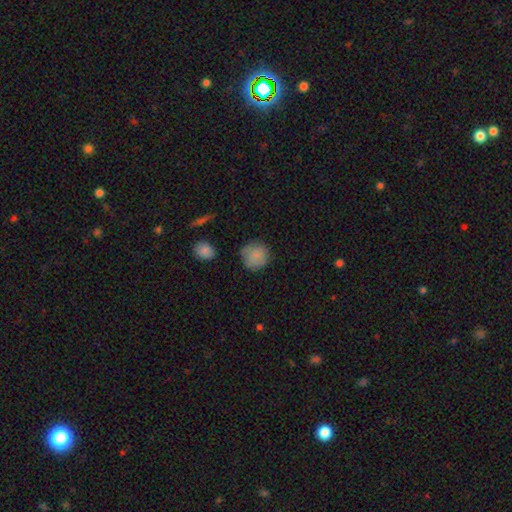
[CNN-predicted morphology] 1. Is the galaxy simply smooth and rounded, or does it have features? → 83% smooth, 8% star or artifact, 8% featured or disk.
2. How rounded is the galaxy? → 91% round, 8% in between, 1% cigar-shaped.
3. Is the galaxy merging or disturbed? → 75% none, 18% minor disturbance, 5% major disturbance, 3% merger.